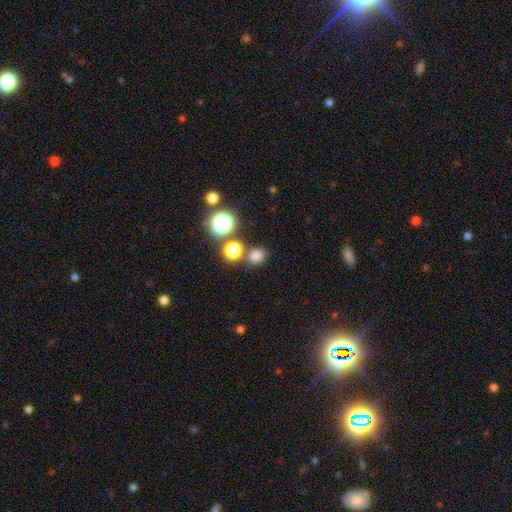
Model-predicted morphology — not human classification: A smooth galaxy with no disk features (75%) that is round (69%). Merging: none (75%).